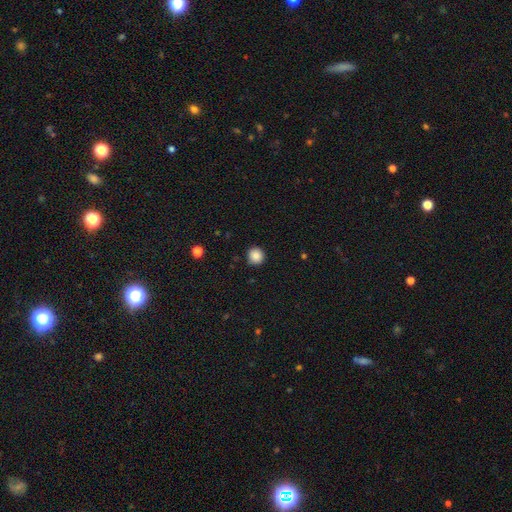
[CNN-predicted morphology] Smooth or featured?
  - smooth: 87% *
  - star or artifact: 10%
  - featured or disk: 3%
How rounded?
  - round: 93% *
  - in between: 6%
  - cigar-shaped: 1%
Merging?
  - none: 90% *
  - minor disturbance: 7%
  - major disturbance: 2%
  - merger: 1%